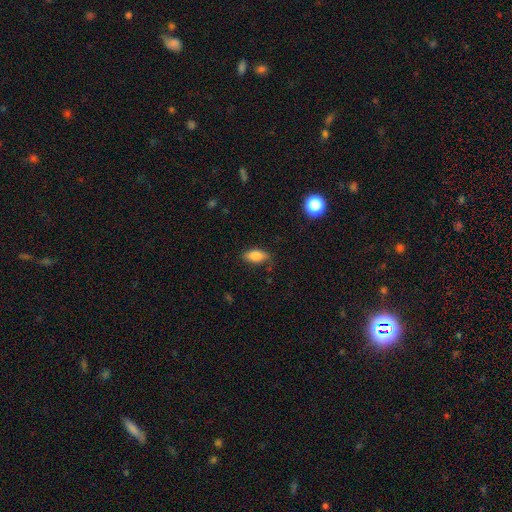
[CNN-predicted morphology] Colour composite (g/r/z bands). It shows a smooth galaxy with no disk features (82%) that is in between round and cigar-shaped (85%). Merging: none (81%).